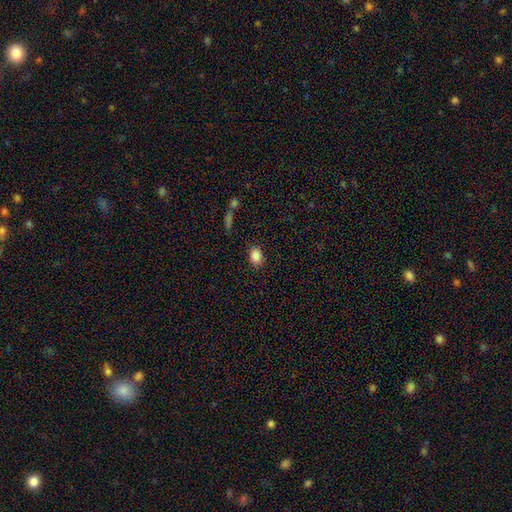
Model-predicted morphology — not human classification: smooth-or-featured: smooth: 86% | star or artifact: 10% | featured or disk: 4%
  how-rounded: in between: 68% | round: 31% | cigar-shaped: 1%
  merging: none: 84% | minor disturbance: 11% | major disturbance: 3% | merger: 2%